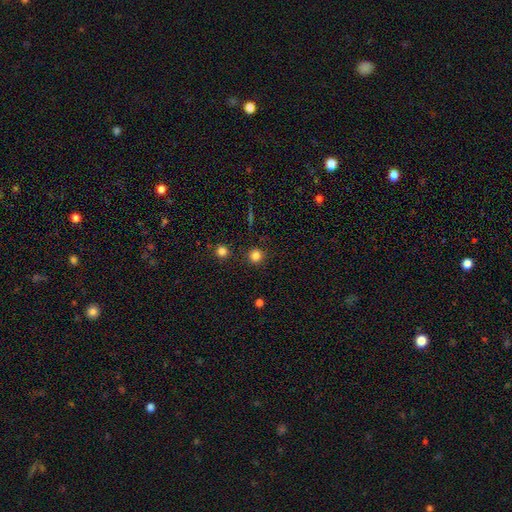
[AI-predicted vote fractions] Smooth or featured: smooth — 81% (star or artifact — 14%)
How rounded: round — 94% (in between — 5%)
Merging: none — 90% (minor disturbance — 5%)